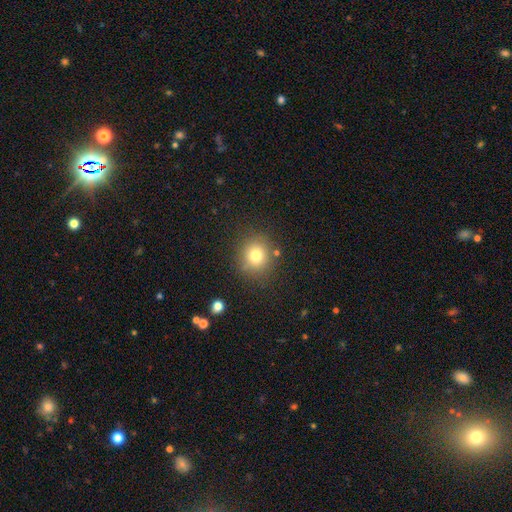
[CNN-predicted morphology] This appears to be a smooth galaxy with no disk features (76%) that is round (84%). Merging: none (83%).